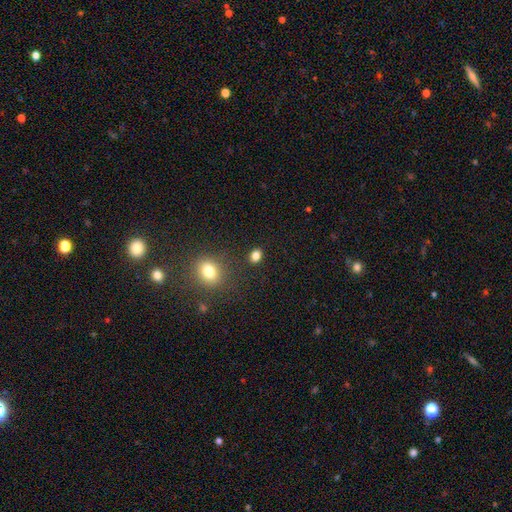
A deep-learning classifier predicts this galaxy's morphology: smooth-or-featured: smooth: 82% | star or artifact: 13% | featured or disk: 5%
  how-rounded: in between: 56% | round: 43% | cigar-shaped: 1%
  merging: none: 83% | minor disturbance: 9% | merger: 5% | major disturbance: 3%